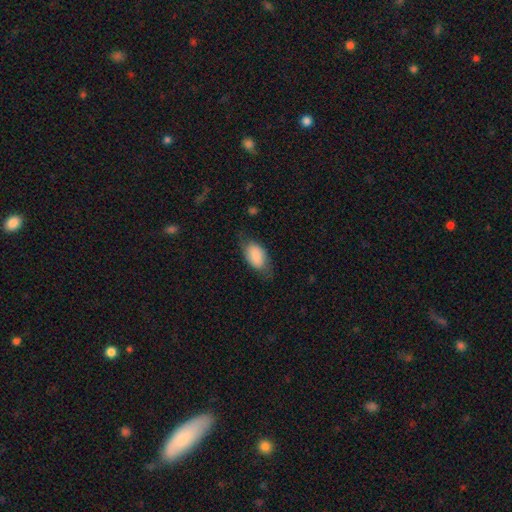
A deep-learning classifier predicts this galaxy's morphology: smooth_or_featured: smooth (p=0.78) [alt: featured or disk p=0.16]
how_rounded: in between (p=0.93) [alt: round p=0.05]
merging: none (p=0.61) [alt: minor disturbance p=0.27]